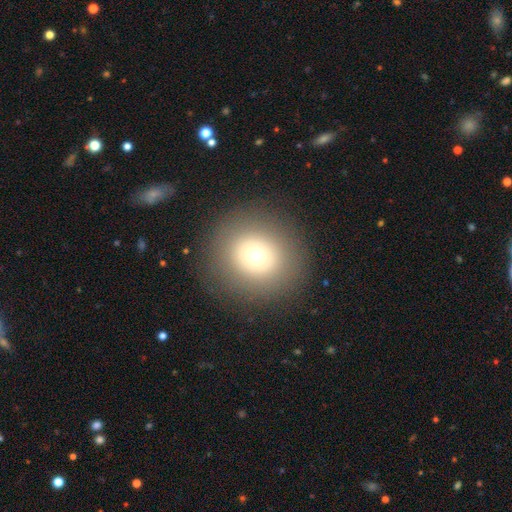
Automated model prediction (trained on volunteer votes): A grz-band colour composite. It shows a smooth galaxy with no disk features (64%) that is round (87%). Merging: none (87%).